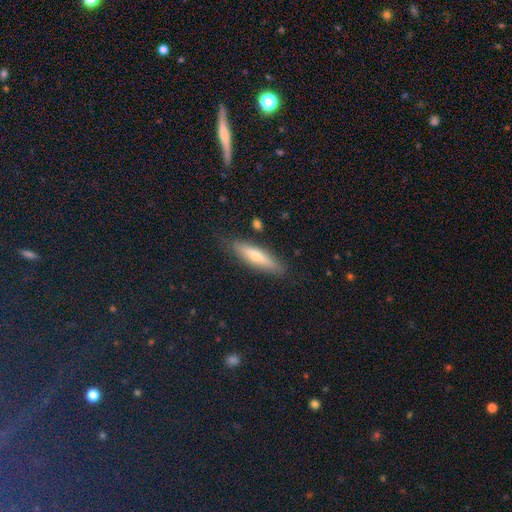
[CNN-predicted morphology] smooth 49%, featured or disk 44%, star or artifact 7%. Down the decision tree: merging — none (85%).